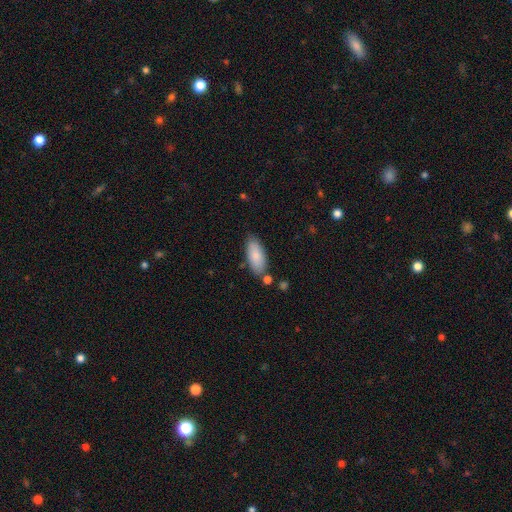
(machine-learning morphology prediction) A smooth galaxy with no disk features (85%) that is in between round and cigar-shaped (85%). Merging: none (75%).